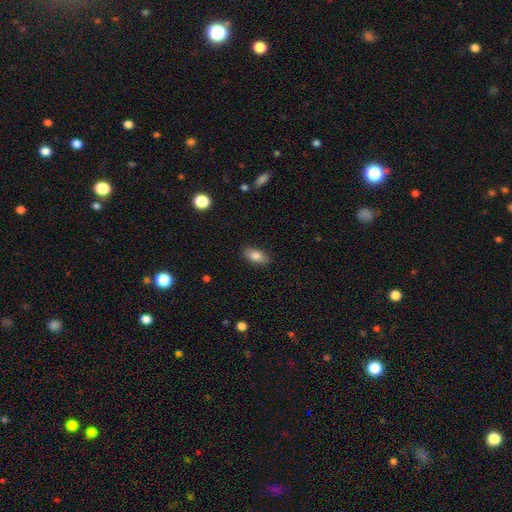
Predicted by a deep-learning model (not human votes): This is clearly a smooth galaxy (85%). How rounded: clearly in between (89%). Merging: clearly none (87%).